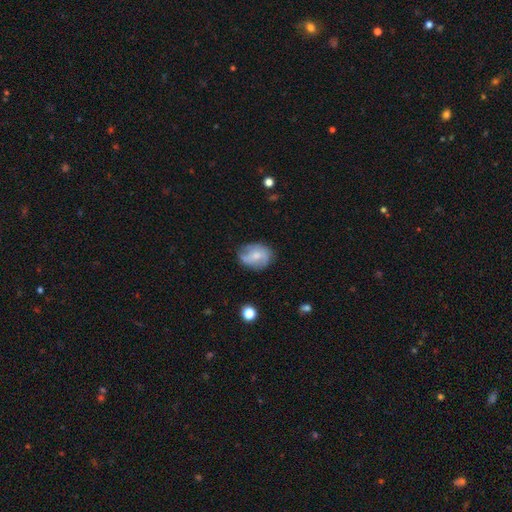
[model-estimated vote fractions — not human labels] This is possibly a smooth galaxy (49%). Merging: likely none (65%).